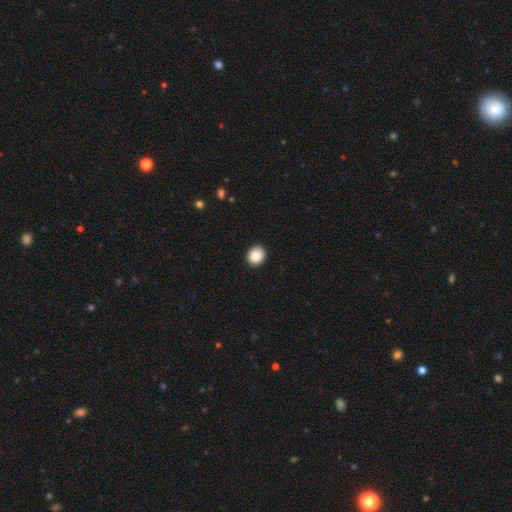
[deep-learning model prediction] Smooth or featured?
  - smooth: 88% *
  - star or artifact: 8%
  - featured or disk: 4%
How rounded?
  - round: 75% *
  - in between: 24%
  - cigar-shaped: 1%
Merging?
  - none: 92% *
  - minor disturbance: 6%
  - major disturbance: 2%
  - merger: 1%